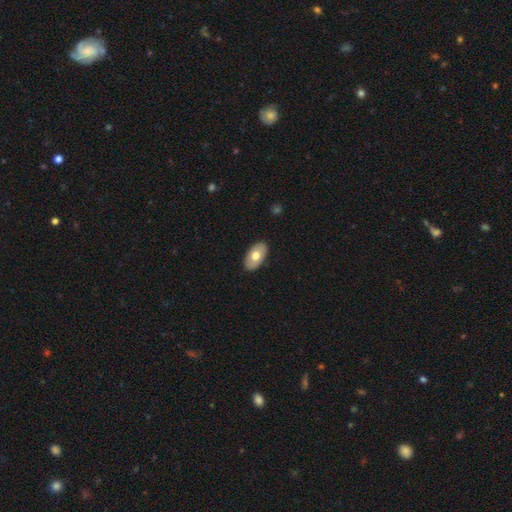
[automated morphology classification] The model was most divided on "smooth or featured": smooth: 67%, featured or disk: 28%, star or artifact: 5%. More confident: how rounded — in between (94%); merging — none (89%).